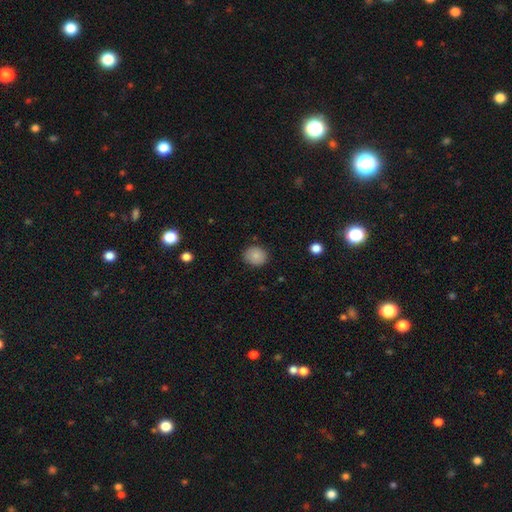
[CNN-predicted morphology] Smooth or featured: smooth — 85% (star or artifact — 9%)
How rounded: round — 70% (in between — 29%)
Merging: none — 85% (minor disturbance — 11%)